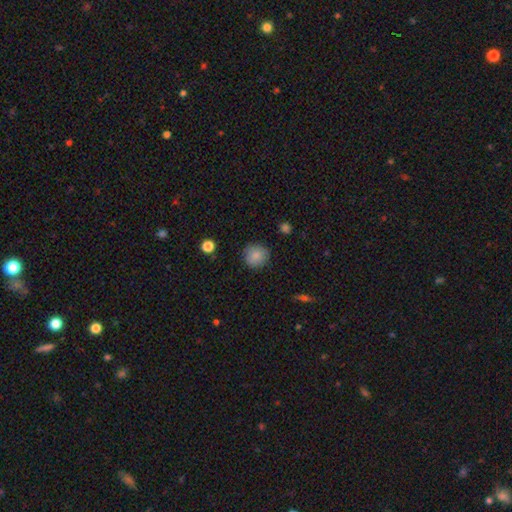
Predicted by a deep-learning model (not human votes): Smooth or featured: smooth — 86% (star or artifact — 9%)
How rounded: round — 91% (in between — 8%)
Merging: none — 87% (minor disturbance — 10%)